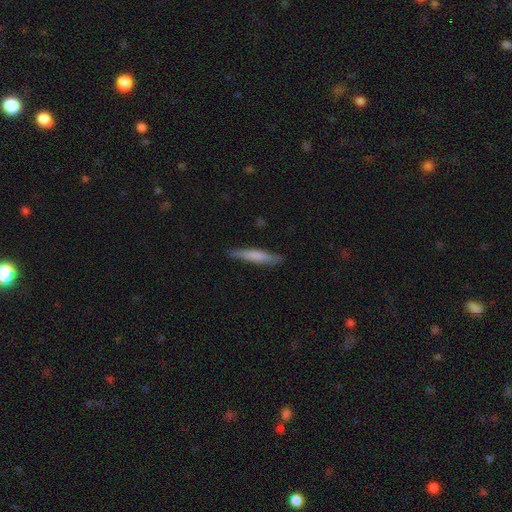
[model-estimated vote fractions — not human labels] Morphology: type=smooth (64%); roundness=cigar-shaped (94%); merging=none (88%).